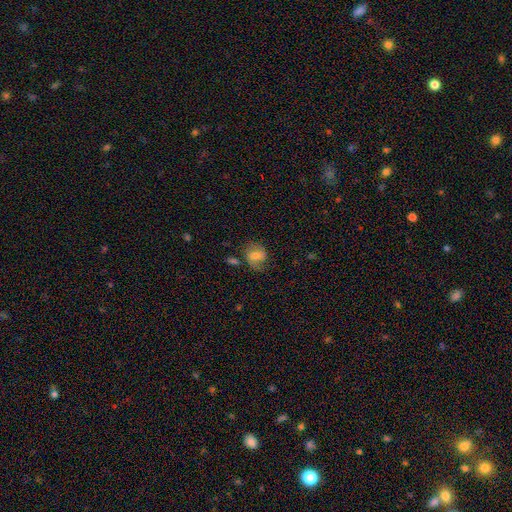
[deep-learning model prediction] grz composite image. It shows a smooth galaxy with no disk features (48%). Merging: none (58%).